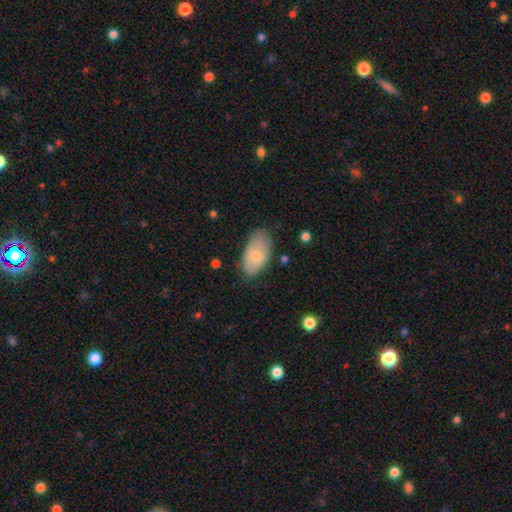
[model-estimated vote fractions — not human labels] smooth 72%, featured or disk 22%, star or artifact 6%. Down the decision tree: how rounded — in between (94%); merging — none (66%).